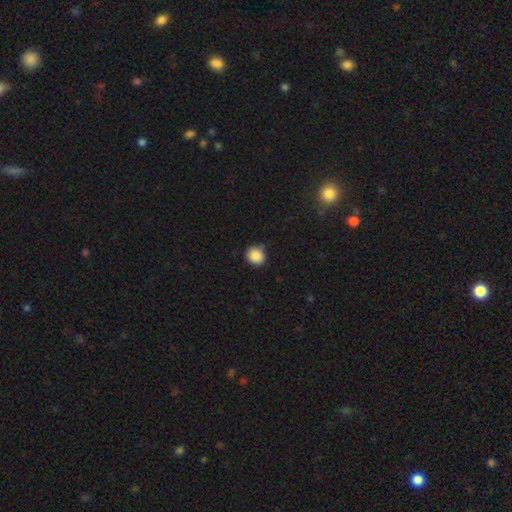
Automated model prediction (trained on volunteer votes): A smooth galaxy with no disk features (88%) that is round (81%). Merging: none (82%).